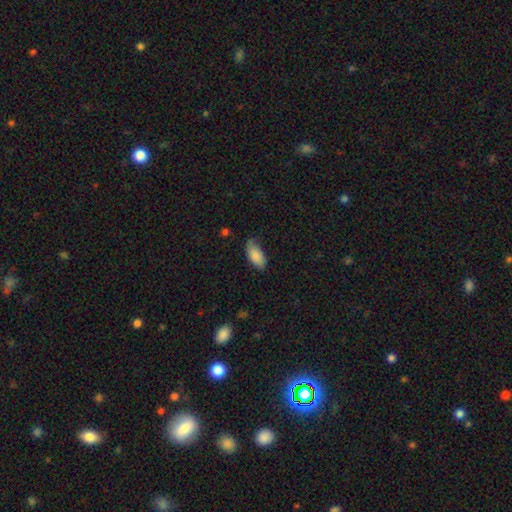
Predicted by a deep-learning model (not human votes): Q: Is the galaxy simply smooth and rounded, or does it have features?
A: smooth — 85%.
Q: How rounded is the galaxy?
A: in between — 91%.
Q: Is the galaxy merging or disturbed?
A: none — 64%.